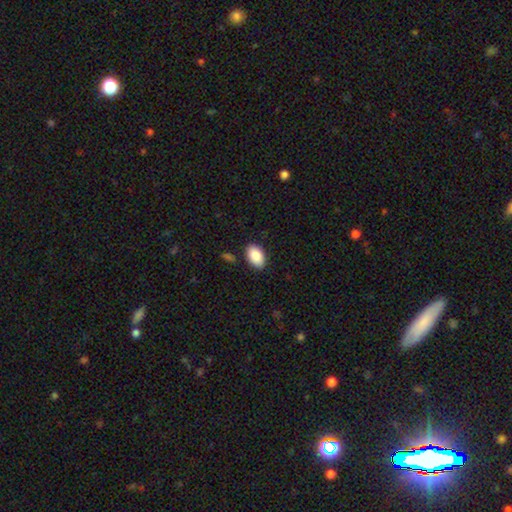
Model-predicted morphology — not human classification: type=smooth (89%); roundness=in between (92%); merging=none (86%).